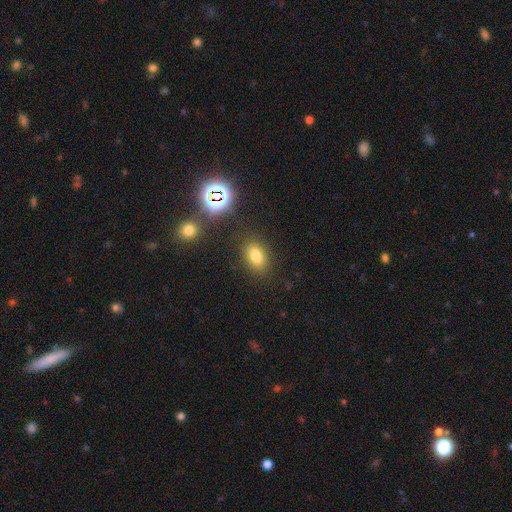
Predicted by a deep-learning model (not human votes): Smooth or featured: smooth — 77% (star or artifact — 15%)
How rounded: in between — 80% (round — 17%)
Merging: none — 83% (minor disturbance — 11%)